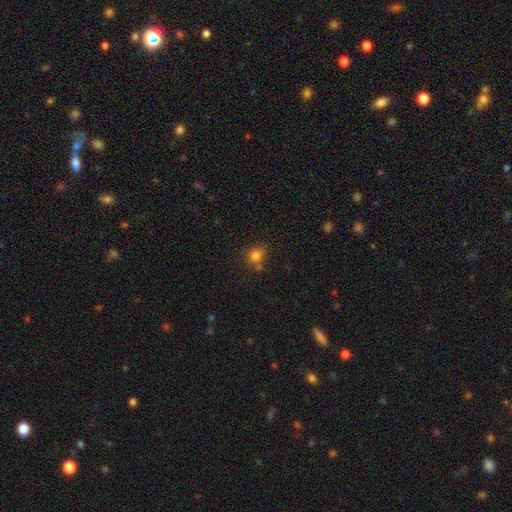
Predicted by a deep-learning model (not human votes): This is likely a smooth galaxy (79%). How rounded: likely round (64%). Merging: likely none (61%).